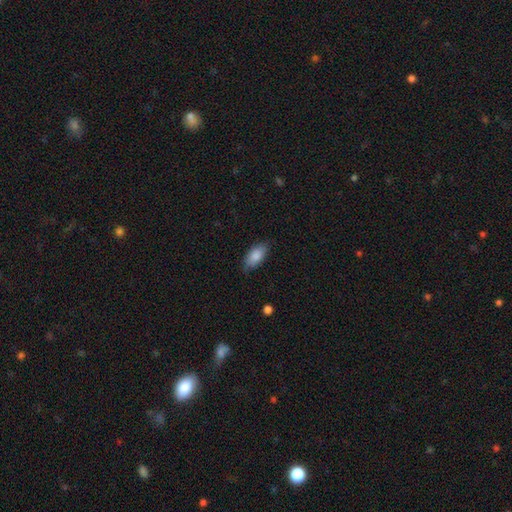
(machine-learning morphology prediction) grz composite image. It shows a smooth galaxy with no disk features (86%) that is in between round and cigar-shaped (90%). Merging: none (77%).